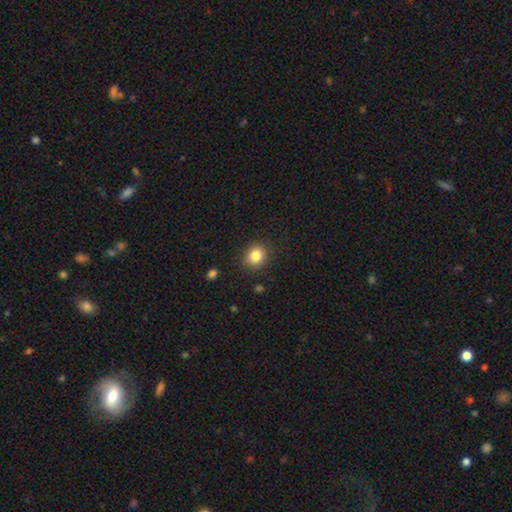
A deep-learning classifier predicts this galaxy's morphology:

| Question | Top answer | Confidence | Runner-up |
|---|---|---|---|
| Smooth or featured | smooth | 84% | star or artifact (10%) |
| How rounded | round | 74% | in between (25%) |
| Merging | none | 88% | minor disturbance (9%) |